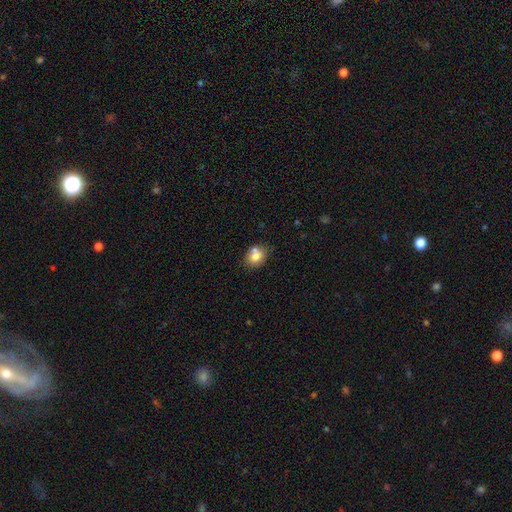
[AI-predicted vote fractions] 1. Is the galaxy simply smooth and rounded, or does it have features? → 77% smooth, 13% featured or disk, 10% star or artifact.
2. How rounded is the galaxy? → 51% round, 48% in between, 1% cigar-shaped.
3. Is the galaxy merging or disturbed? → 59% none, 22% merger, 15% minor disturbance, 4% major disturbance.